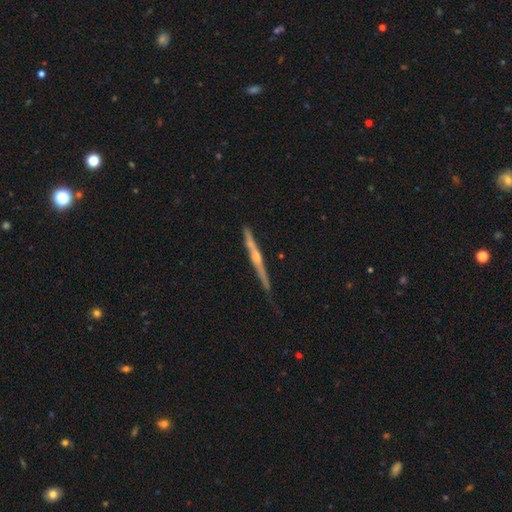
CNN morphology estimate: Smooth or featured: featured or disk — 73% (smooth — 21%)
Edge-on disk: yes — 98% (no — 2%)
Edge-on bulge: rounded — 65% (none — 29%)
Merging: none — 79% (minor disturbance — 17%)